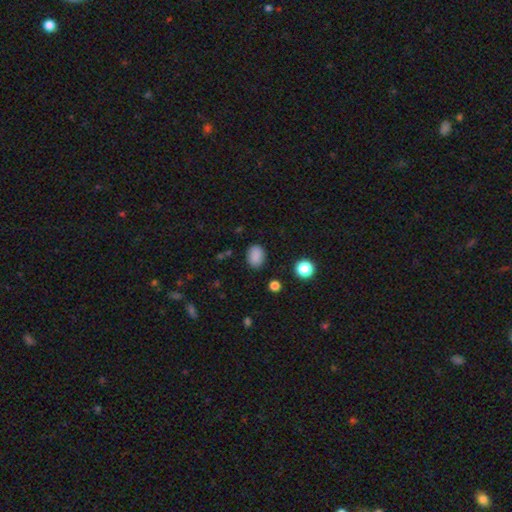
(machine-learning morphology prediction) smooth-or-featured: smooth: 86% | star or artifact: 10% | featured or disk: 4%
  how-rounded: in between: 68% | round: 31% | cigar-shaped: 1%
  merging: none: 84% | minor disturbance: 12% | major disturbance: 3% | merger: 2%